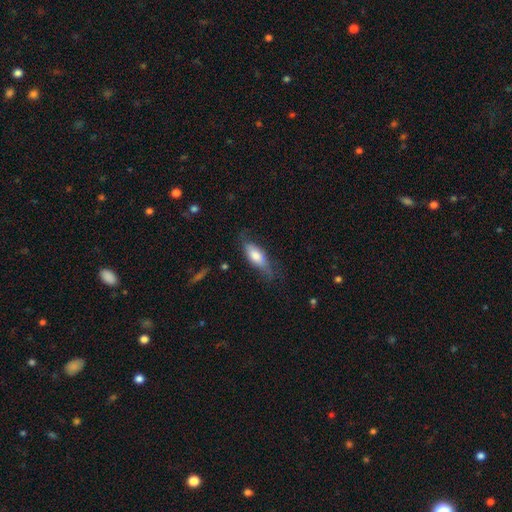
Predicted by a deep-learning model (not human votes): smooth-or-featured: smooth: 67% | featured or disk: 26% | star or artifact: 6%
  how-rounded: in between: 73% | cigar-shaped: 24% | round: 3%
  merging: none: 56% | minor disturbance: 30% | major disturbance: 12% | merger: 2%